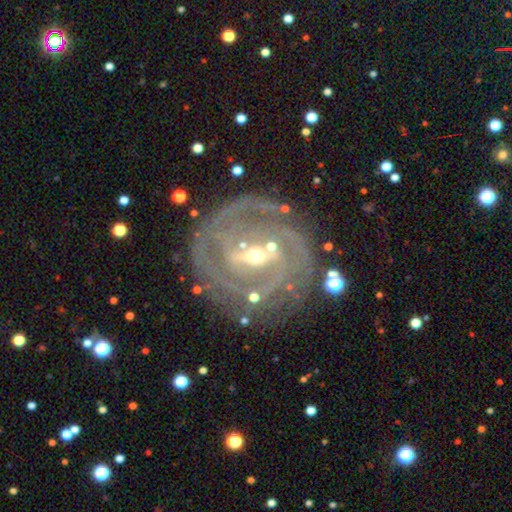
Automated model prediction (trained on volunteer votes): The model was most divided on "bar": strong: 43%, weak: 38%, no: 18%. Remaining: edge-on disk — no (97%); spiral arms — yes (97%); smooth or featured — featured or disk (90%); merging — none (75%); spiral winding — tight (67%); bulge size — small (65%); spiral arm count — 2 (34%).